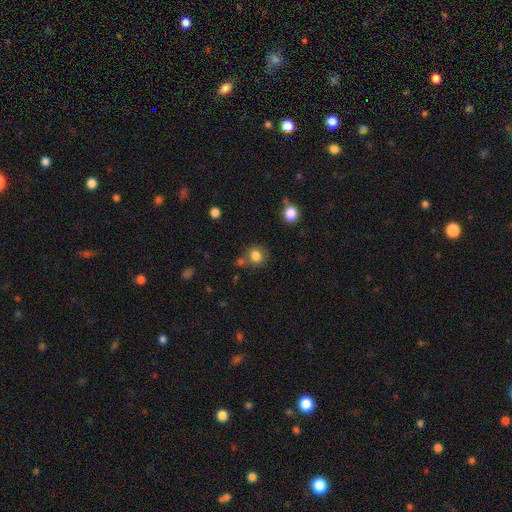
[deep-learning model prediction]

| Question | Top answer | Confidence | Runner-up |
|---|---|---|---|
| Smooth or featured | smooth | 82% | star or artifact (12%) |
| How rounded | round | 73% | in between (26%) |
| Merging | none | 69% | minor disturbance (14%) |